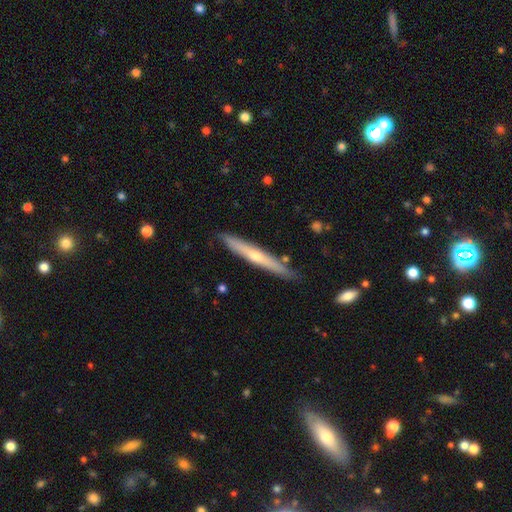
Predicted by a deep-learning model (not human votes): Morphology: type=featured or disk (59%); edge-on=yes (94%); edge-on bulge=rounded (71%); merging=none (87%).